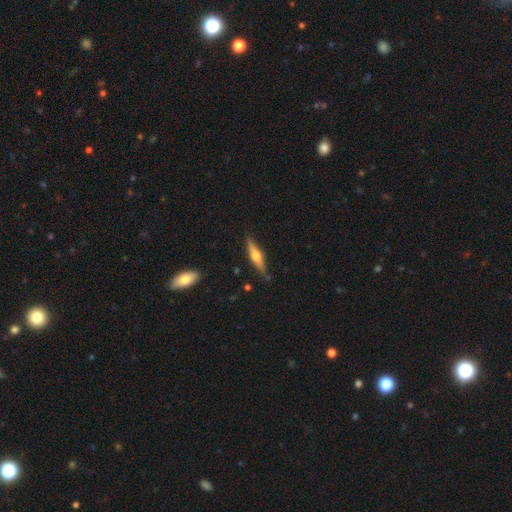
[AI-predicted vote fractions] Overall: featured or disk (62%; smooth 32%). Edge-on disk: yes (96%). Edge-on bulge: rounded (92%). Merging: none (86%).